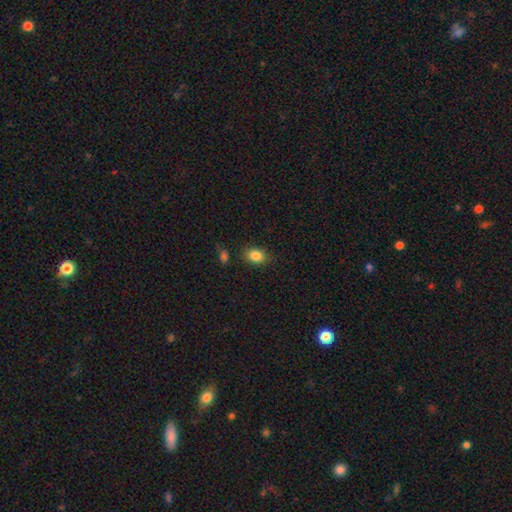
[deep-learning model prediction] Smooth or featured? Predicted: smooth (p=0.84). How rounded? Predicted: in between (p=0.68). Merging? Predicted: none (p=0.83).